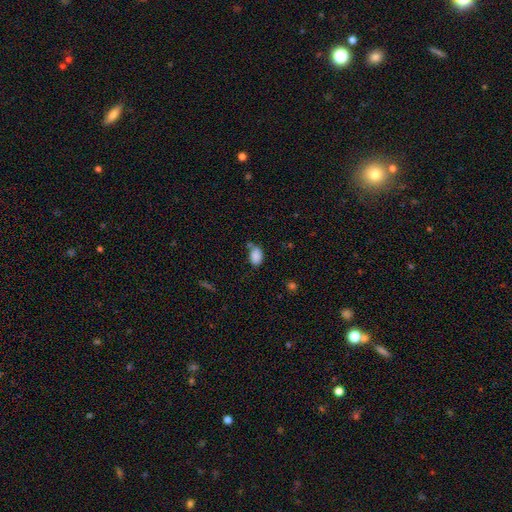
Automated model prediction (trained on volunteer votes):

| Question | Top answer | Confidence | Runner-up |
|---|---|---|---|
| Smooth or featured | smooth | 87% | star or artifact (8%) |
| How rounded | in between | 88% | round (11%) |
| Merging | none | 63% | minor disturbance (20%) |